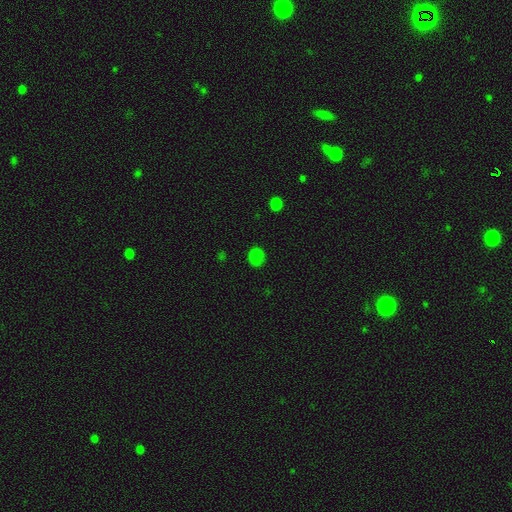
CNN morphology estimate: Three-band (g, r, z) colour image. It shows a smooth galaxy with no disk features (79%) that is round (70%). Merging: none (83%).